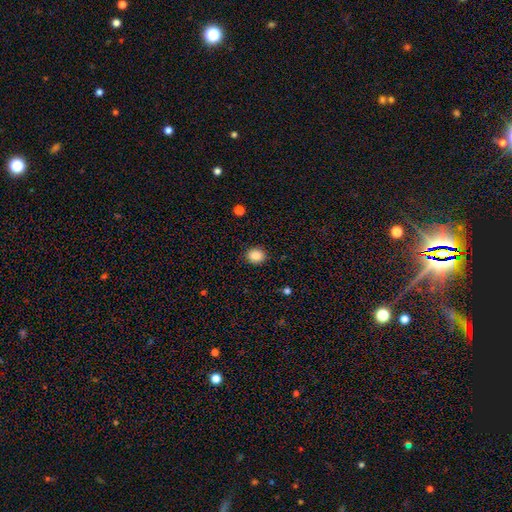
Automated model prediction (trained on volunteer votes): Morphology: type=smooth (87%); roundness=round (71%); merging=none (89%).